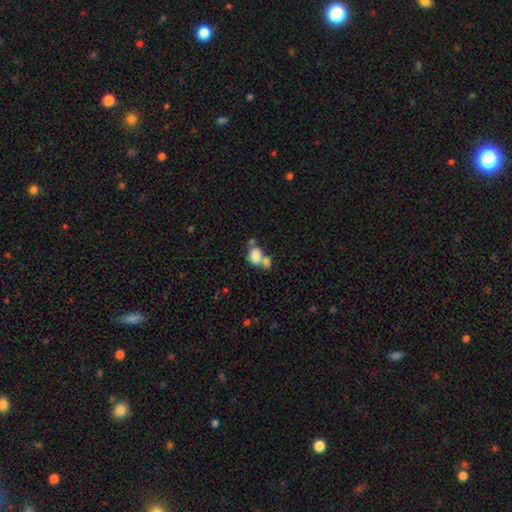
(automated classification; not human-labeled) A smooth galaxy with no disk features (80%) that is in between round and cigar-shaped (67%).

Vote fractions:
- Smooth or featured? smooth: 80% / featured or disk: 11% / star or artifact: 9%
- How rounded? in between: 67% / round: 31% / cigar-shaped: 2%
- Merging? merger: 58% / none: 26% / minor disturbance: 9% / major disturbance: 6%